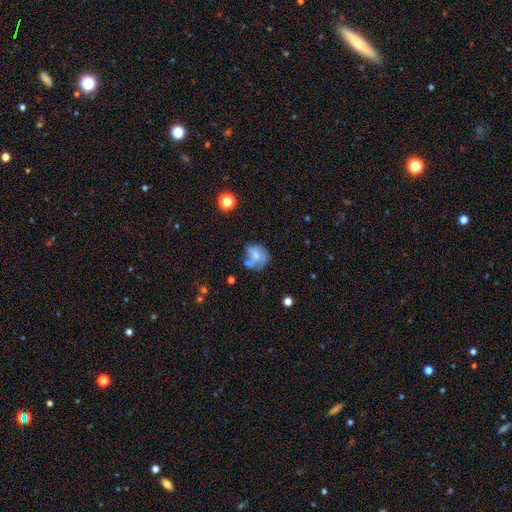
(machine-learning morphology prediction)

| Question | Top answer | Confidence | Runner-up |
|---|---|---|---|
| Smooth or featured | smooth | 52% | featured or disk (37%) |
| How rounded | round | 59% | in between (40%) |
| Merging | none | 36% | minor disturbance (24%) |